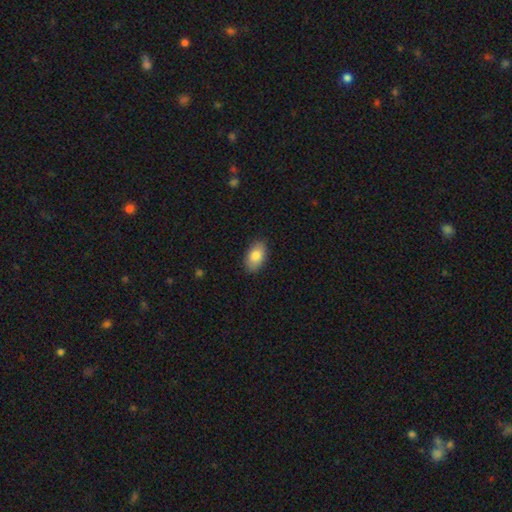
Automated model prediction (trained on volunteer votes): Smooth or featured: smooth — 85% (featured or disk — 8%)
How rounded: in between — 93% (round — 5%)
Merging: none — 87% (minor disturbance — 10%)